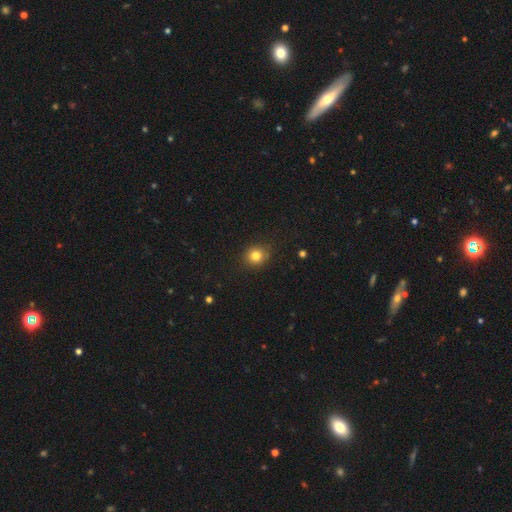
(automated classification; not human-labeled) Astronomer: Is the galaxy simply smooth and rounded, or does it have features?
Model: smooth — 81%.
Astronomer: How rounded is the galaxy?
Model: round — 80%.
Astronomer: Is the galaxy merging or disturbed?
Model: none — 85%.